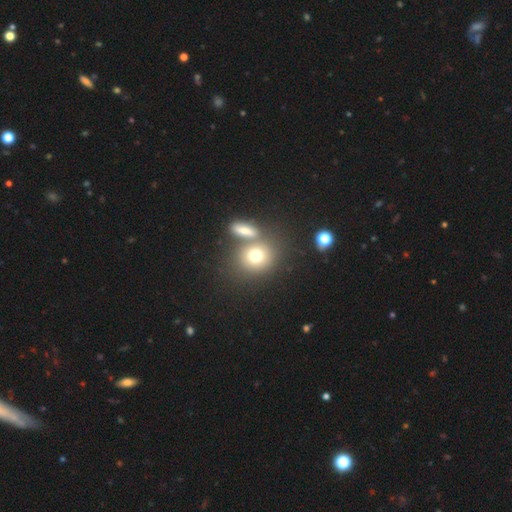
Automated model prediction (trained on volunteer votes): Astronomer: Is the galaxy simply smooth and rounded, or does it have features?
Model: smooth — 73%.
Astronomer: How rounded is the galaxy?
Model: round — 73%.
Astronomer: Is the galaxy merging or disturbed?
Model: none — 54% (runner-up: merger, 32%).